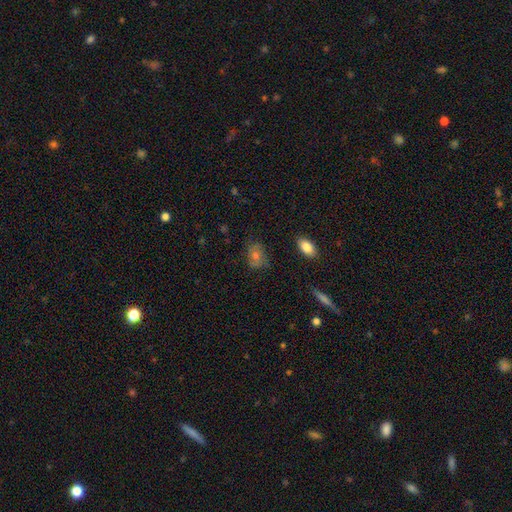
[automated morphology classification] smooth 54%, featured or disk 29%, star or artifact 18%. Down the decision tree: how rounded — in between (65%); merging — none (74%).